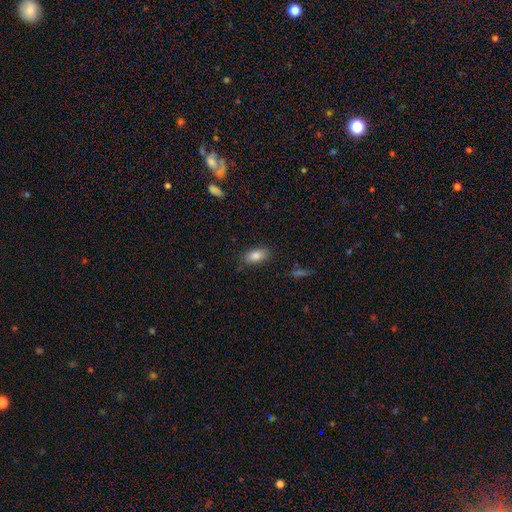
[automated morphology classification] This appears to be a smooth galaxy with no disk features (84%) that is in between round and cigar-shaped (89%). Merging: none (84%).